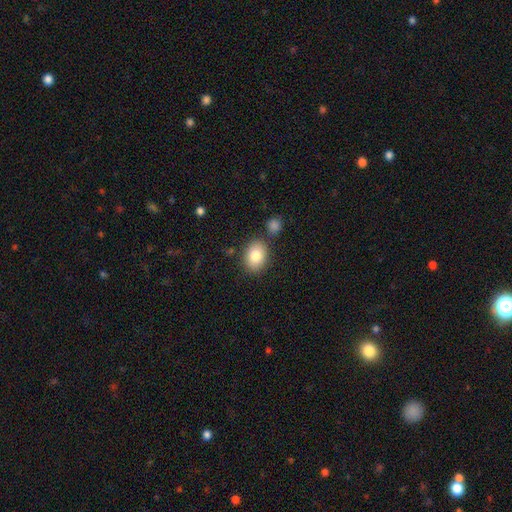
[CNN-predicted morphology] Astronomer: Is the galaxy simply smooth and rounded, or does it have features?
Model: smooth — 82%.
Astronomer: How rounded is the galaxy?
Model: in between — 64%.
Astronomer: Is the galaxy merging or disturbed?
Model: none — 79%.